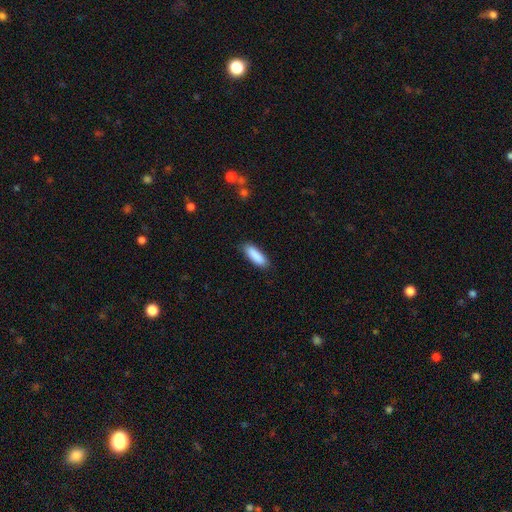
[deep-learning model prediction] Smooth or featured: smooth — 89% (star or artifact — 6%)
How rounded: in between — 58% (cigar-shaped — 41%)
Merging: none — 84% (minor disturbance — 13%)